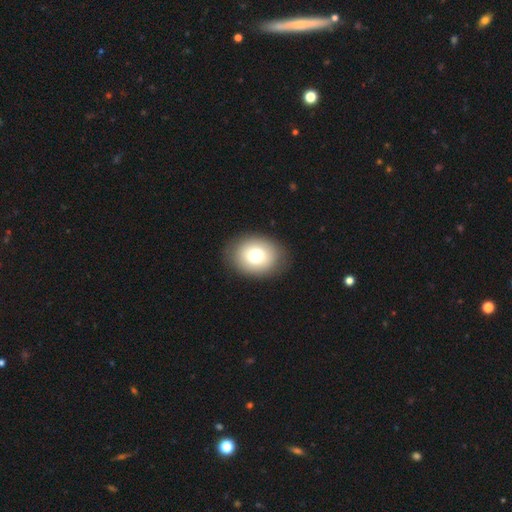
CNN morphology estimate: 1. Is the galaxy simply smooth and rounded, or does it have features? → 76% smooth, 15% featured or disk, 9% star or artifact.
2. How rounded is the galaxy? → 59% in between, 40% round, 1% cigar-shaped.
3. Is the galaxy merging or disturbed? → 87% none, 9% minor disturbance, 3% major disturbance, 1% merger.